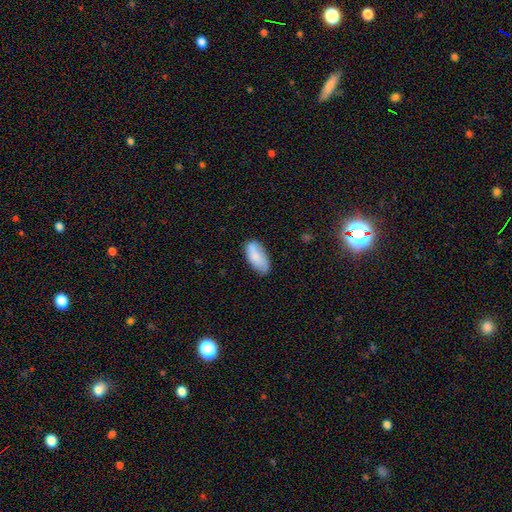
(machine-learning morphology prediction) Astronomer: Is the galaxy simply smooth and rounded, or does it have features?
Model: smooth — 83%.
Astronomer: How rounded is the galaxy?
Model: in between — 90%.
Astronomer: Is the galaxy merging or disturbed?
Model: none — 70%.